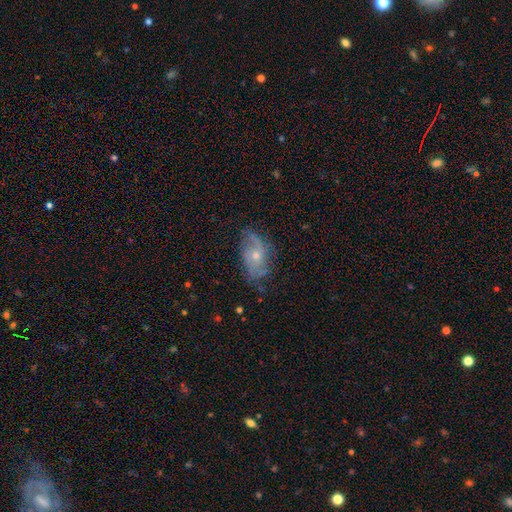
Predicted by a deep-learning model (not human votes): Smooth or featured?
  - featured or disk: 69% *
  - smooth: 23%
  - star or artifact: 8%
Edge-on disk?
  - no: 94% *
  - yes: 6%
Bar?
  - no: 77% *
  - weak: 20%
  - strong: 3%
Spiral arms?
  - yes: 85% *
  - no: 15%
Spiral winding?
  - medium: 38% * (tied)
  - loose: 38% * (tied)
  - tight: 24%
Spiral arm count?
  - 2: 53% *
  - can't tell: 25%
  - 3: 8%
  - 1: 8%
  - 4: 3%
  - more than 4: 3%
Bulge size?
  - small: 55% *
  - moderate: 41%
  - none: 2%
  - large: 2%
  - dominant: 1%
Merging?
  - none: 63% *
  - minor disturbance: 25%
  - major disturbance: 11%
  - merger: 2%